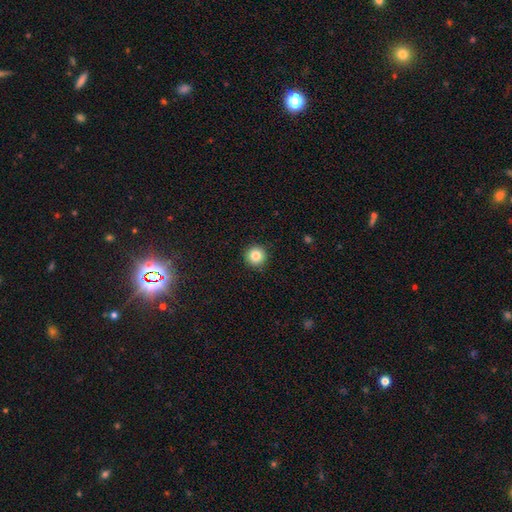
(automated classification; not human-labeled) Smooth or featured?
  - smooth: 84% *
  - star or artifact: 11%
  - featured or disk: 6%
How rounded?
  - round: 96% *
  - in between: 3%
  - cigar-shaped: 1%
Merging?
  - none: 92% *
  - minor disturbance: 5%
  - major disturbance: 2%
  - merger: 1%